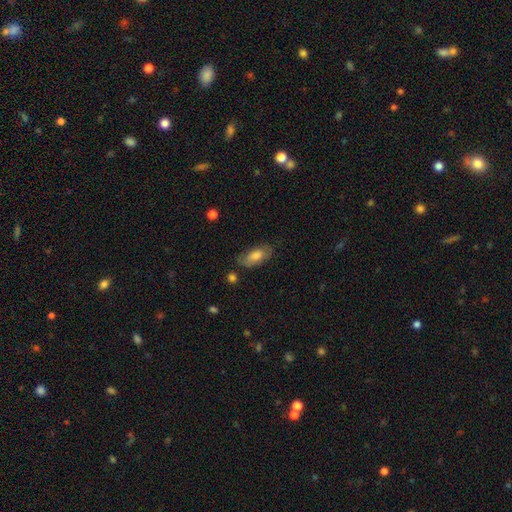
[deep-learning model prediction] A smooth galaxy with no disk features (69%) that is in between round and cigar-shaped (87%).

Vote fractions:
- Smooth or featured? smooth: 69% / featured or disk: 24% / star or artifact: 7%
- How rounded? in between: 87% / cigar-shaped: 10% / round: 3%
- Merging? none: 70% / minor disturbance: 22% / major disturbance: 6% / merger: 2%